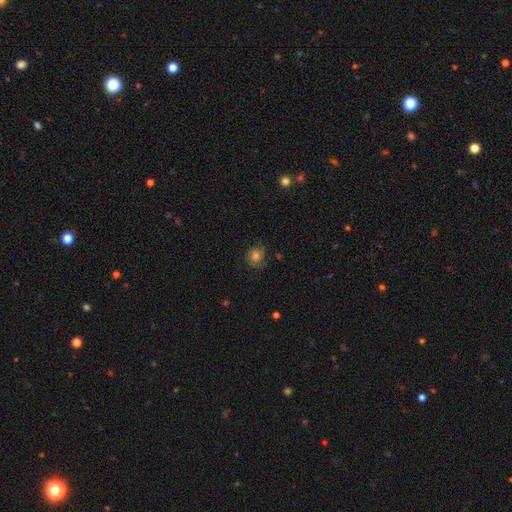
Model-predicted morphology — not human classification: The model was most divided on "smooth or featured": smooth: 59%, featured or disk: 26%, star or artifact: 15%. More confident: how rounded — round (75%); merging — none (72%).